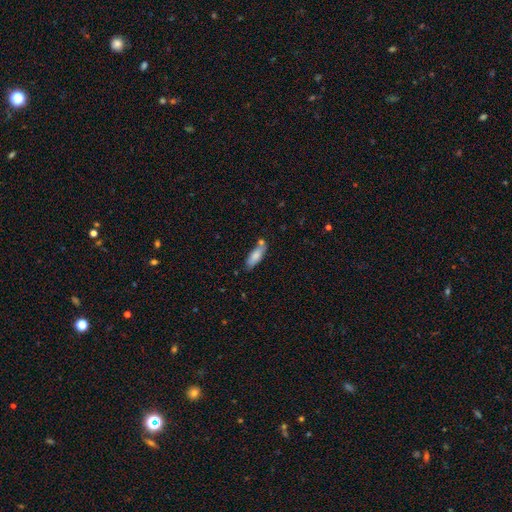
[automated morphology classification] A smooth galaxy with no disk features (78%) that is in between round and cigar-shaped (57%). Merging: none (60%).